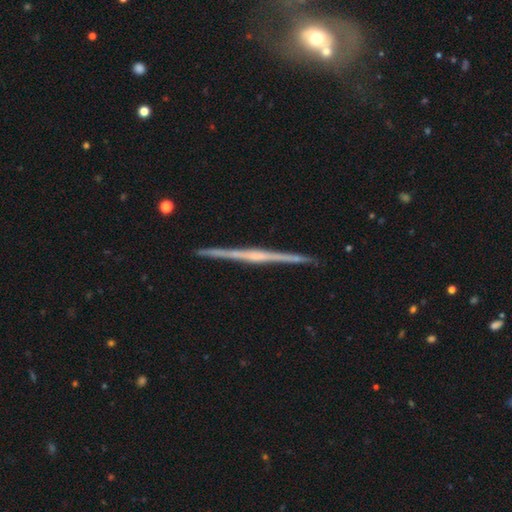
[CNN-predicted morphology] Smooth or featured? featured or disk (82%)
Edge-on disk? yes (99%)
Edge-on bulge? none (45%)
Merging? none (92%)